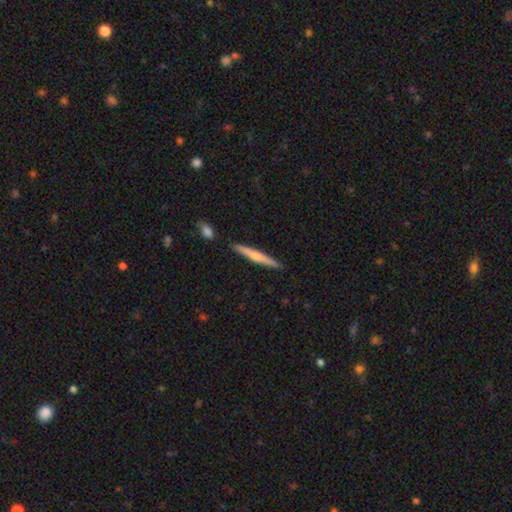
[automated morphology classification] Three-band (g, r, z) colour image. It shows a featured or disk galaxy (55%) viewed edge-on (97%) with a rounded central bulge (77%). Merging: none (89%).